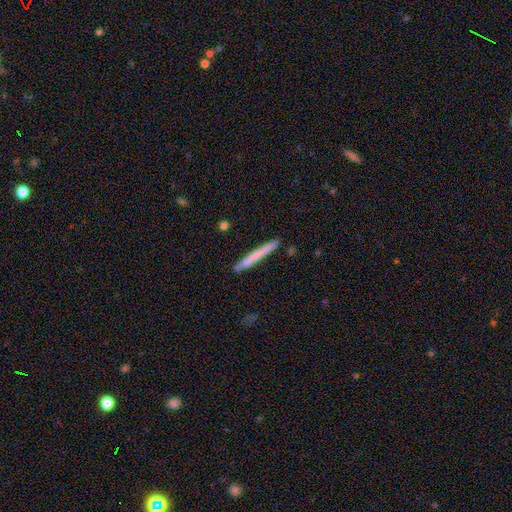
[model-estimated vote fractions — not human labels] smooth_or_featured: smooth (p=0.66) [alt: featured or disk p=0.28]
how_rounded: cigar-shaped (p=0.97) [alt: in between p=0.02]
merging: none (p=0.89) [alt: minor disturbance p=0.08]